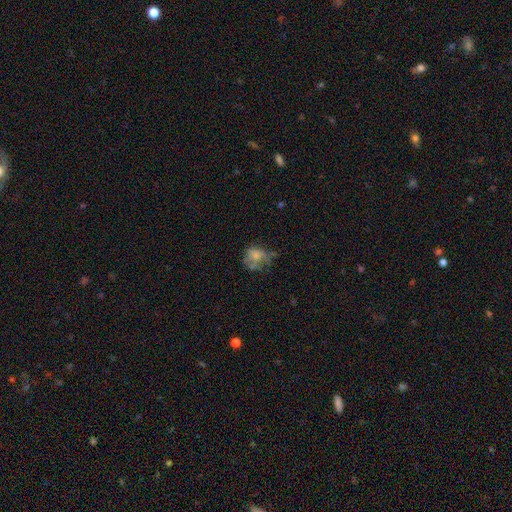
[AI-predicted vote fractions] Overall: smooth (56%; featured or disk 31%). How rounded: round (52%; in between 47%). Merging: none (34%; major disturbance 32%).